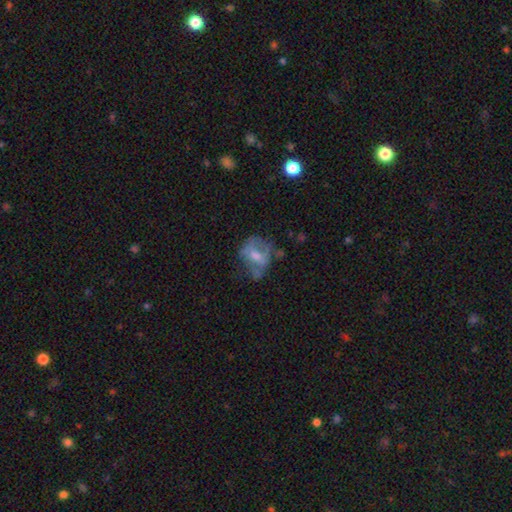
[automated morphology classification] smooth_or_featured: featured or disk (p=0.50) [alt: smooth p=0.39]
merging: none (p=0.44) [alt: minor disturbance p=0.26]